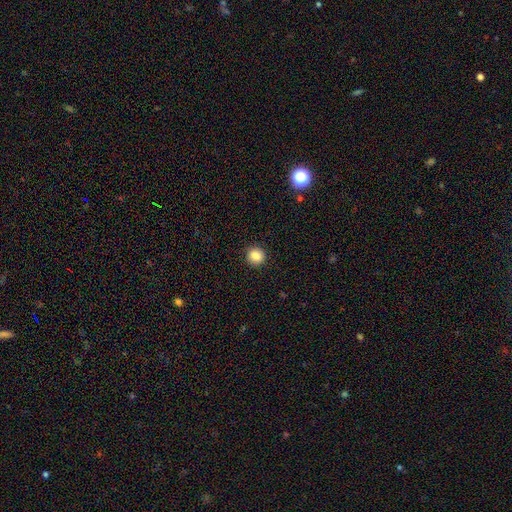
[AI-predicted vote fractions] smooth 86%, star or artifact 10%, featured or disk 4%. Down the decision tree: how rounded — round (93%); merging — none (92%).